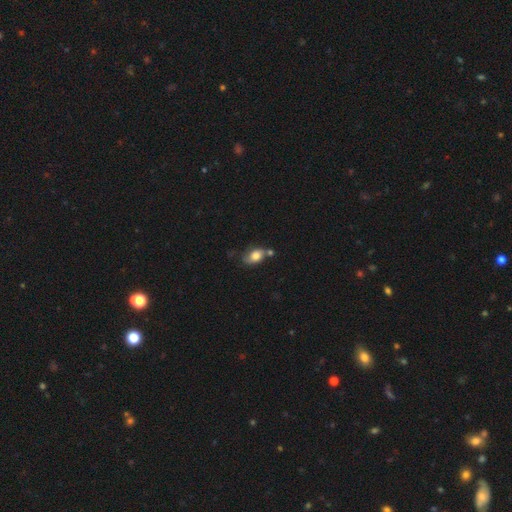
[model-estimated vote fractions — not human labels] Smooth or featured? Predicted: smooth (p=0.71). How rounded? Predicted: in between (p=0.82). Merging? Predicted: none (p=0.46).